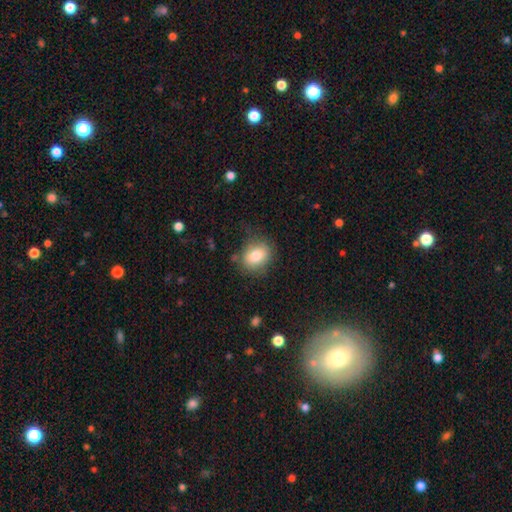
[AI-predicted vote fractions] This is likely a smooth galaxy (79%). How rounded: possibly in between (53%). Merging: likely none (74%).